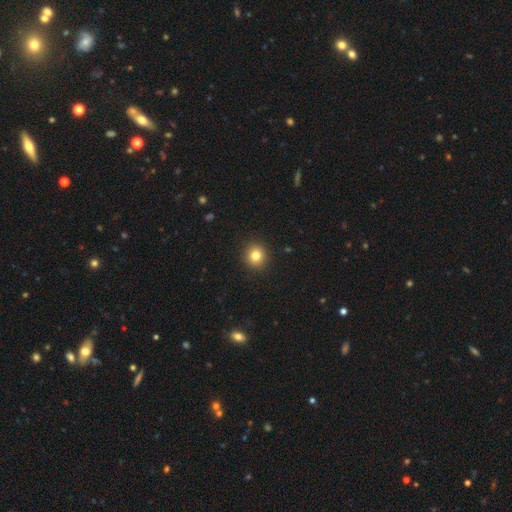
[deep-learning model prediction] Smooth or featured? smooth (81%)
How rounded? round (89%)
Merging? none (92%)